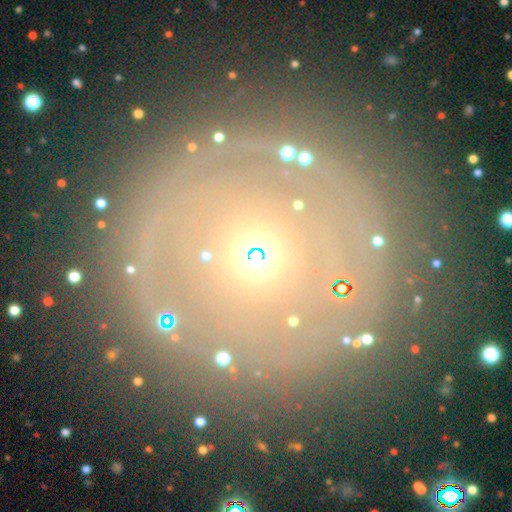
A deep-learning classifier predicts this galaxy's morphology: type=featured or disk (53%); edge-on=no (94%); merging=none (78%).